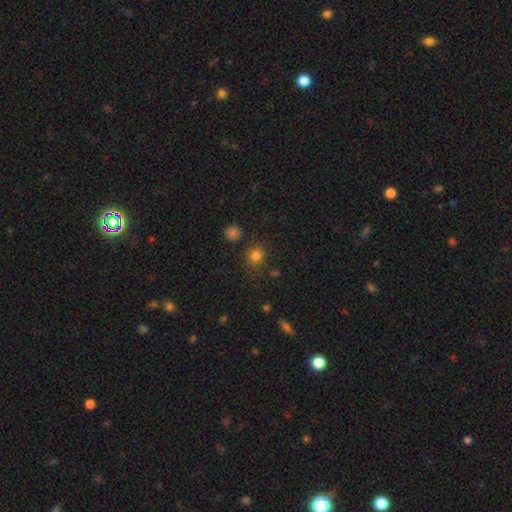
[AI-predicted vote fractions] A smooth galaxy with no disk features (79%) that is round (80%). Merging: none (82%).